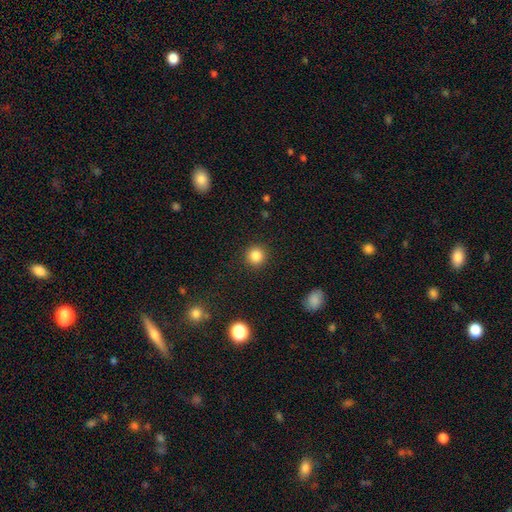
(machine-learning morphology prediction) smooth_or_featured: smooth (p=0.85) [alt: star or artifact p=0.11]
how_rounded: round (p=0.94) [alt: in between p=0.05]
merging: none (p=0.91) [alt: minor disturbance p=0.05]